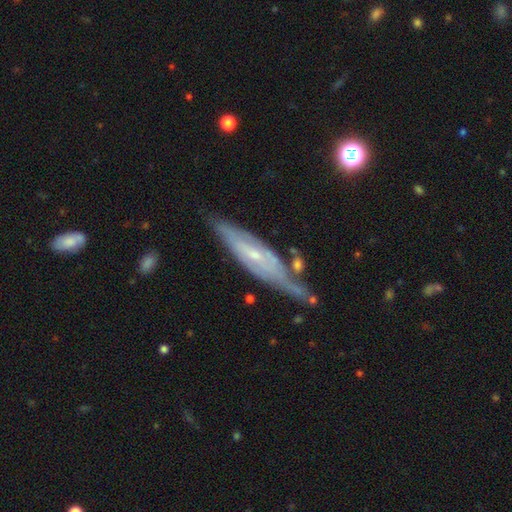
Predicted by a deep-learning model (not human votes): smooth_or_featured: featured or disk (p=0.75) [alt: smooth p=0.18]
disk_edge_on: no (p=0.58) [alt: yes p=0.42]
merging: none (p=0.57) [alt: minor disturbance p=0.26]